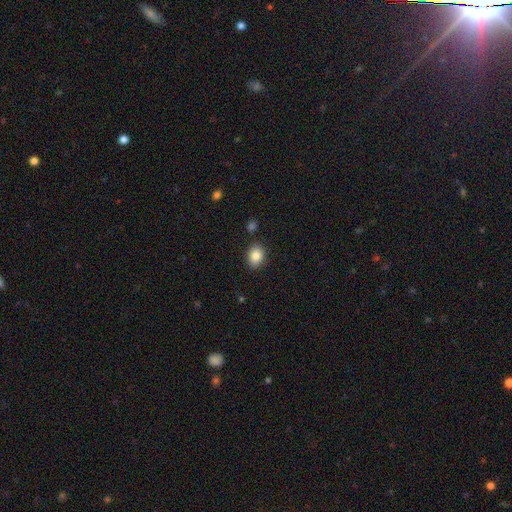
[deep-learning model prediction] A smooth galaxy with no disk features (85%) that is in between round and cigar-shaped (65%).

Vote fractions:
- Smooth or featured? smooth: 85% / star or artifact: 9% / featured or disk: 6%
- How rounded? in between: 65% / round: 34% / cigar-shaped: 1%
- Merging? none: 85% / minor disturbance: 10% / merger: 3% / major disturbance: 2%